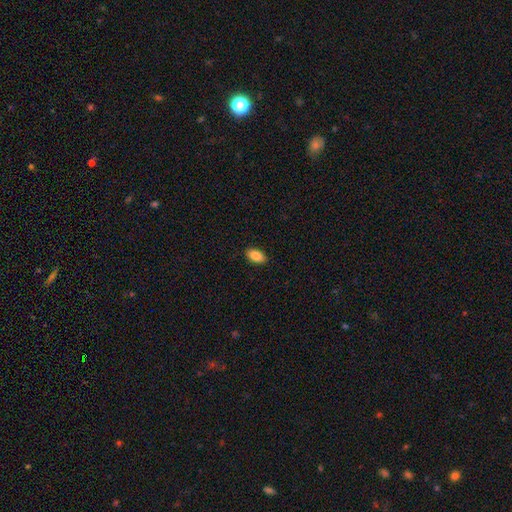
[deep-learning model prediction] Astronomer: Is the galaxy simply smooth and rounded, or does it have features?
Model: smooth — 88%.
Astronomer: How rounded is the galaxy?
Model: in between — 93%.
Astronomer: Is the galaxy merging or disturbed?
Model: none — 89%.